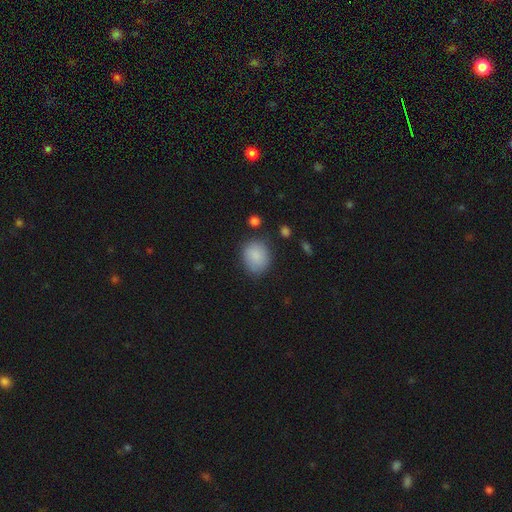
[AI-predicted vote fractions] Smooth or featured?
  - smooth: 87% *
  - star or artifact: 7%
  - featured or disk: 6%
How rounded?
  - round: 54% *
  - in between: 45%
  - cigar-shaped: 1%
Merging?
  - none: 77% *
  - minor disturbance: 17%
  - major disturbance: 4%
  - merger: 2%